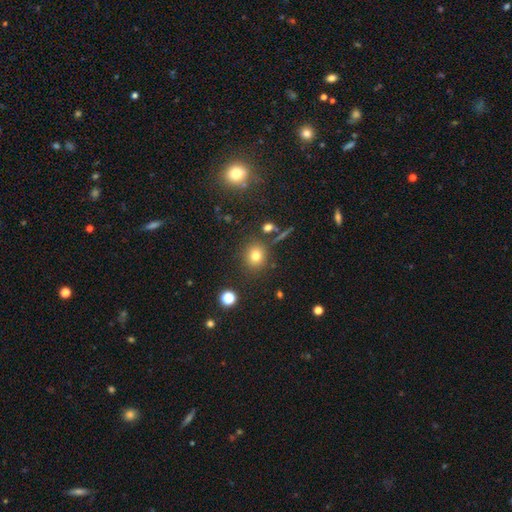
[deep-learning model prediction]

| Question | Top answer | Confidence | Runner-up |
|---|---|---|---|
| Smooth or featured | smooth | 75% | star or artifact (16%) |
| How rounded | round | 83% | in between (15%) |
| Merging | none | 82% | minor disturbance (9%) |